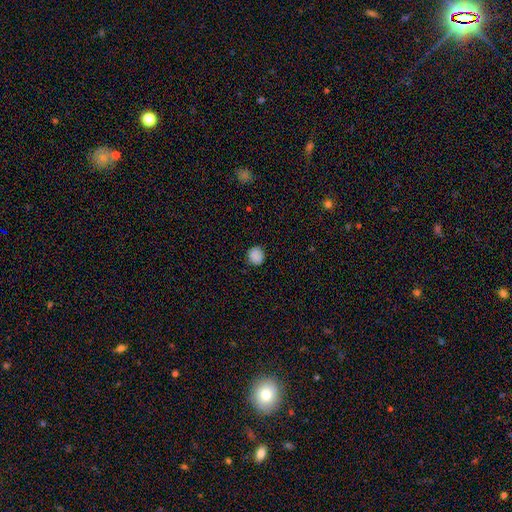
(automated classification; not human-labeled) Smooth or featured?
  - smooth: 87% *
  - star or artifact: 9%
  - featured or disk: 4%
How rounded?
  - round: 84% *
  - in between: 15%
  - cigar-shaped: 1%
Merging?
  - none: 85% *
  - minor disturbance: 11%
  - major disturbance: 2%
  - merger: 1%